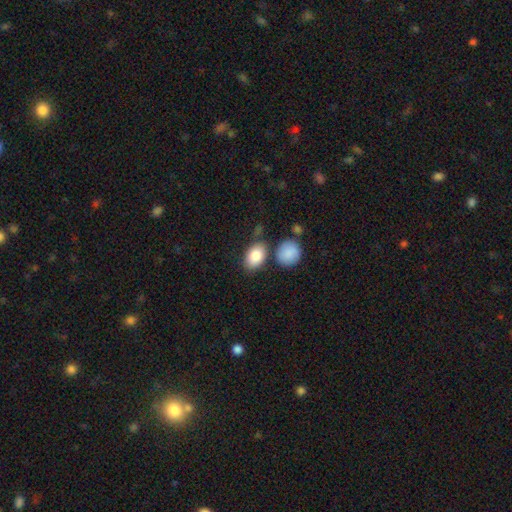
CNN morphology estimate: The model was most divided on "merging": none: 68%, minor disturbance: 15%, merger: 13%, major disturbance: 4%. More confident: how rounded — in between (86%); smooth or featured — smooth (86%).